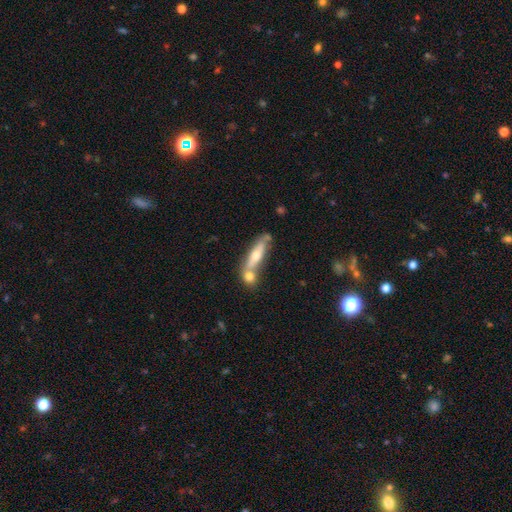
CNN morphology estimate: smooth-or-featured: smooth: 47% | featured or disk: 46% | star or artifact: 7%
  merging: none: 44% | merger: 39% | minor disturbance: 13% | major disturbance: 4%